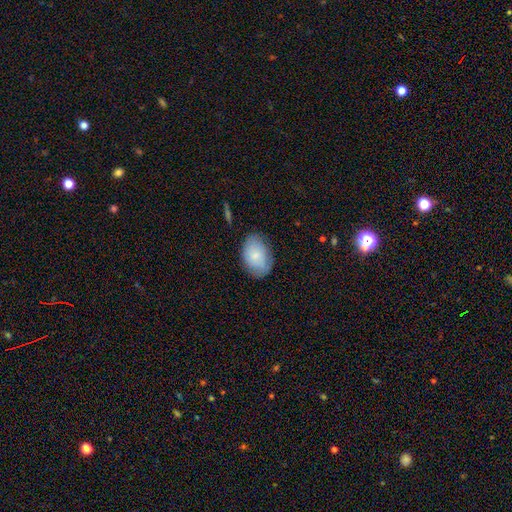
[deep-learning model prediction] Morphology: type=smooth (75%); roundness=in between (86%); merging=none (76%).